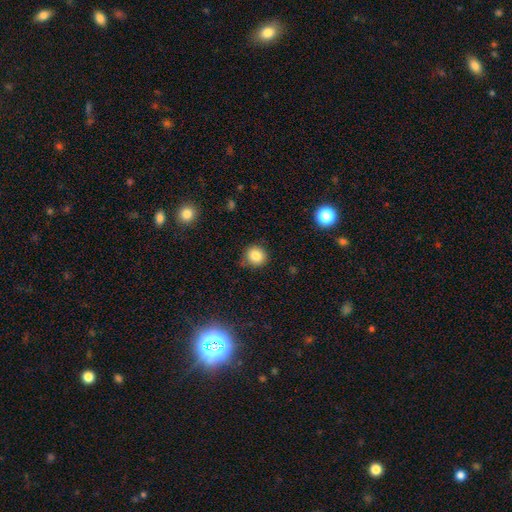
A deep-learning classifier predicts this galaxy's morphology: This appears to be a smooth galaxy with no disk features (83%) that is round (89%). Merging: none (83%).